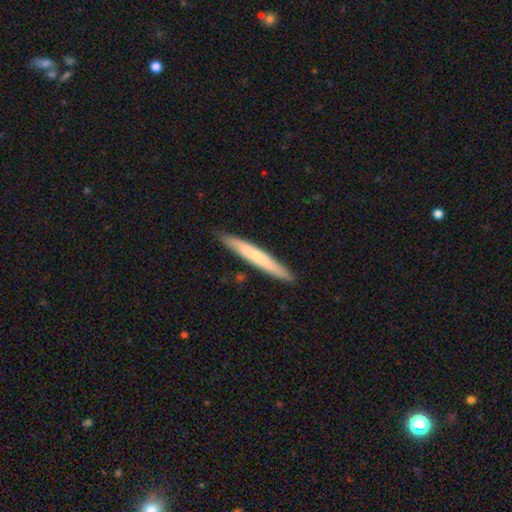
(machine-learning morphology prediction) A smooth galaxy with no disk features (57%) that is cigar-shaped (96%). Merging: none (89%).